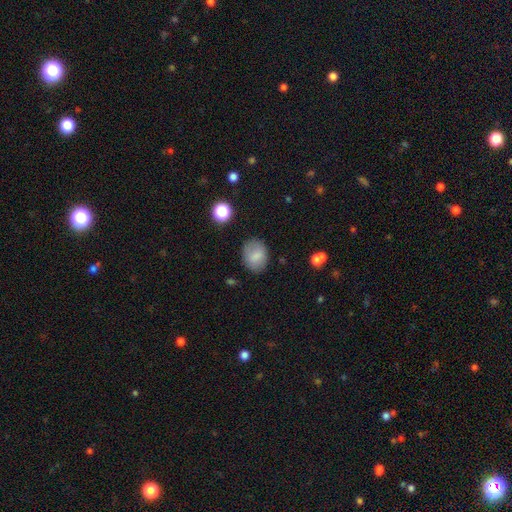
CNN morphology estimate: Smooth or featured? Predicted: smooth (p=0.80). How rounded? Predicted: in between (p=0.61). Merging? Predicted: none (p=0.80).